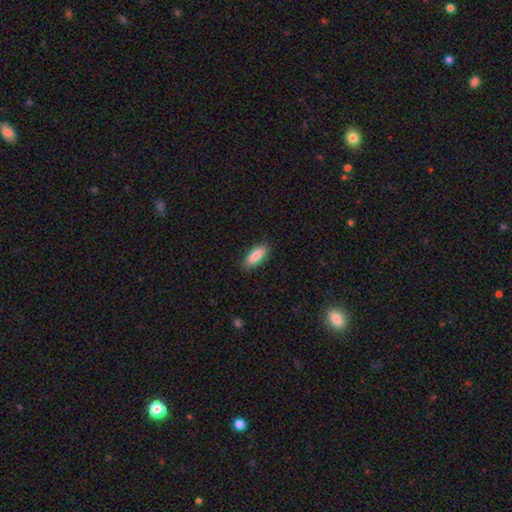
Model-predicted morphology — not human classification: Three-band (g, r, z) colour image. It shows a smooth galaxy with no disk features (87%) that is in between round and cigar-shaped (79%). Merging: none (88%).